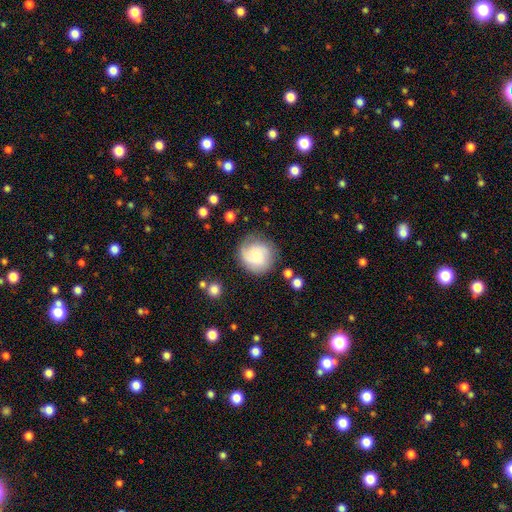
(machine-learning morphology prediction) type=smooth (55%); roundness=round (90%); merging=none (70%).